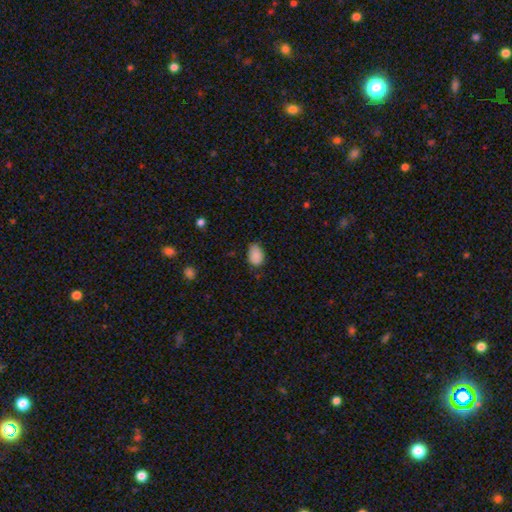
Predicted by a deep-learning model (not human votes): Q: Smooth or featured?
A: smooth (87%); runner-up: star or artifact (9%)
Q: How rounded?
A: in between (84%); runner-up: round (15%)
Q: Merging?
A: none (69%); runner-up: minor disturbance (26%)